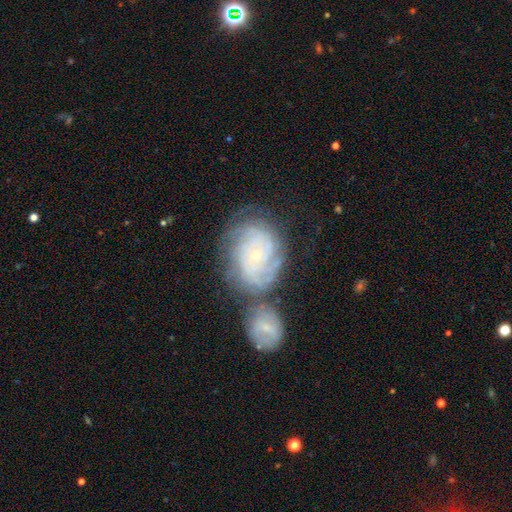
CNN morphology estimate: This appears to be a featured or disk galaxy (81%) with no bar (78%), tight (77%) spiral arms (95%) and a small central bulge (83%). Merging: none (48%).